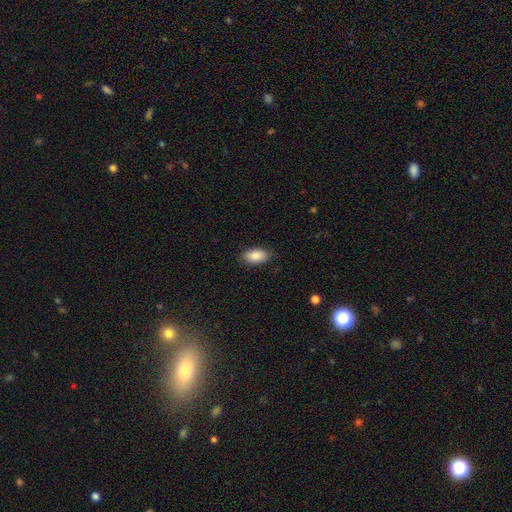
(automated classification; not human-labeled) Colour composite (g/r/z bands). It shows a smooth galaxy with no disk features (88%) that is in between round and cigar-shaped (94%). Merging: none (86%).